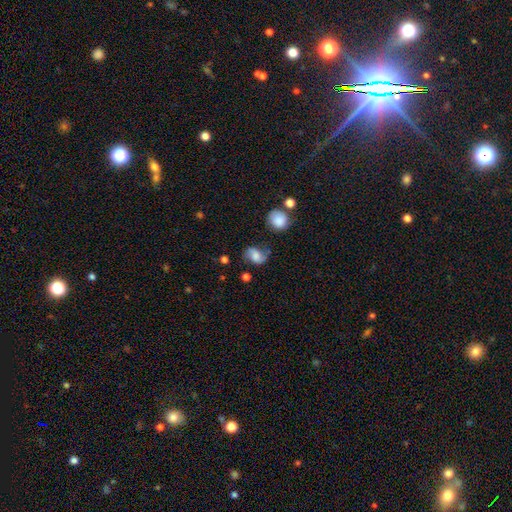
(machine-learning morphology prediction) Smooth or featured: featured or disk — 51% (smooth — 38%)
Edge-on disk: no — 97% (yes — 3%)
Merging: none — 63% (minor disturbance — 22%)